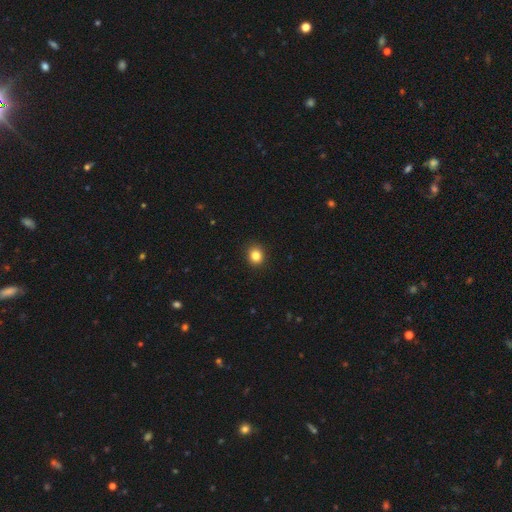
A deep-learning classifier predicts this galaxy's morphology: smooth-or-featured: smooth: 84% | star or artifact: 11% | featured or disk: 4%
  how-rounded: round: 81% | in between: 18% | cigar-shaped: 1%
  merging: none: 91% | minor disturbance: 6% | major disturbance: 2% | merger: 1%